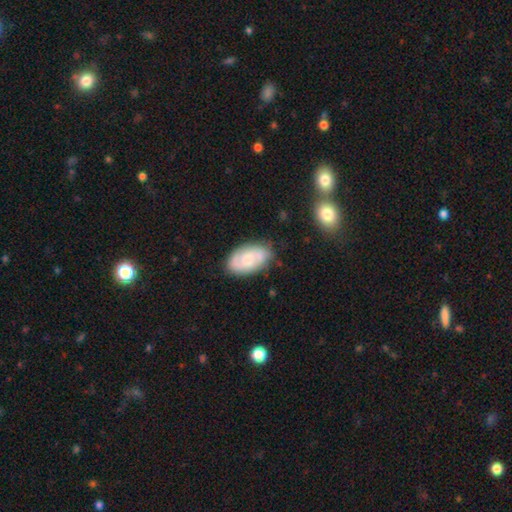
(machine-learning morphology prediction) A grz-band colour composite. It shows a featured or disk galaxy (64%) with no bar (62%), 2 (79%) medium (45%) spiral arms (88%) and a moderate central bulge (50%). Merging: none (76%).